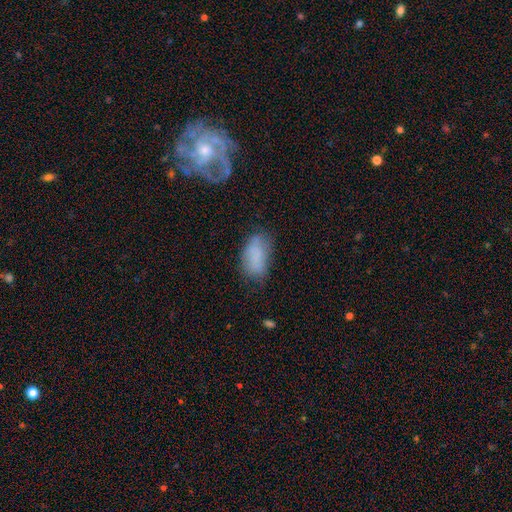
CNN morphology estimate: Smooth or featured? Predicted: smooth (p=0.76). How rounded? Predicted: in between (p=0.92). Merging? Predicted: none (p=0.57).